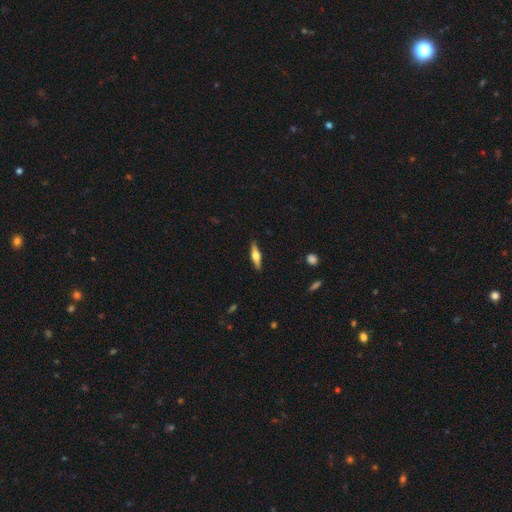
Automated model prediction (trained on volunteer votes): The model was most divided on "smooth or featured": featured or disk: 62%, smooth: 32%, star or artifact: 6%. More confident: edge-on disk — yes (96%); edge-on bulge — rounded (92%); merging — none (89%).